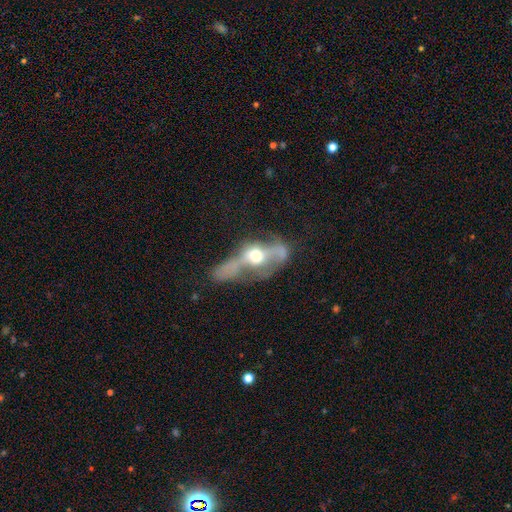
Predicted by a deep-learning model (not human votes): Q: Smooth or featured?
A: featured or disk (66%); runner-up: smooth (24%)
Q: Edge-on disk?
A: no (62%); runner-up: yes (38%)
Q: Merging?
A: major disturbance (37%); runner-up: none (28%)